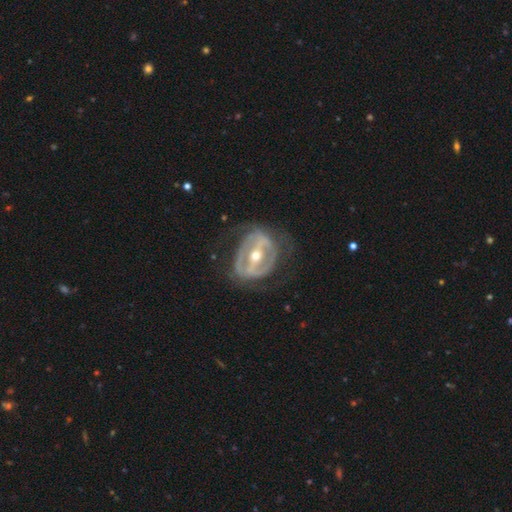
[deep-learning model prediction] A featured or disk galaxy (84%) with a strong bar (72%), spiral arms (54%) and a moderate central bulge (61%). Merging: none (62%).